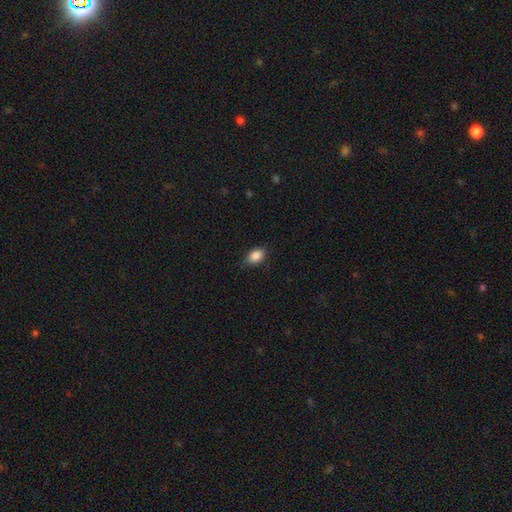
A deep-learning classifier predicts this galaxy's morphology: Smooth or featured?
  - smooth: 88% *
  - star or artifact: 8%
  - featured or disk: 4%
How rounded?
  - in between: 85% *
  - round: 14%
  - cigar-shaped: 2%
Merging?
  - none: 80% *
  - minor disturbance: 16%
  - major disturbance: 3%
  - merger: 1%